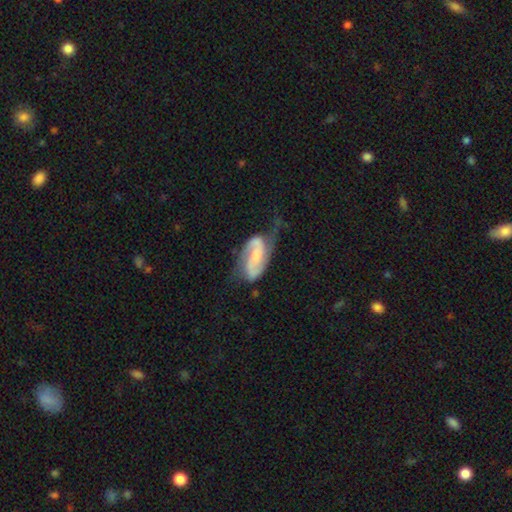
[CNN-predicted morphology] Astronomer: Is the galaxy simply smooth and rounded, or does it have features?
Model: featured or disk — 80%.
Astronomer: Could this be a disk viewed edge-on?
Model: no — 96%.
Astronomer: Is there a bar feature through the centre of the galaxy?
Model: weak — 41% (runner-up: no, 35%).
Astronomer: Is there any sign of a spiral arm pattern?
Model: yes — 95%.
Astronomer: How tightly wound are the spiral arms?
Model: medium — 45% (runner-up: loose, 30%).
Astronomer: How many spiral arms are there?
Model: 2 — 87%.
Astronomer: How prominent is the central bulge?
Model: small — 36% (runner-up: none, 29%).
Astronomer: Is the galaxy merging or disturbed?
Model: none — 43% (runner-up: minor disturbance, 30%).